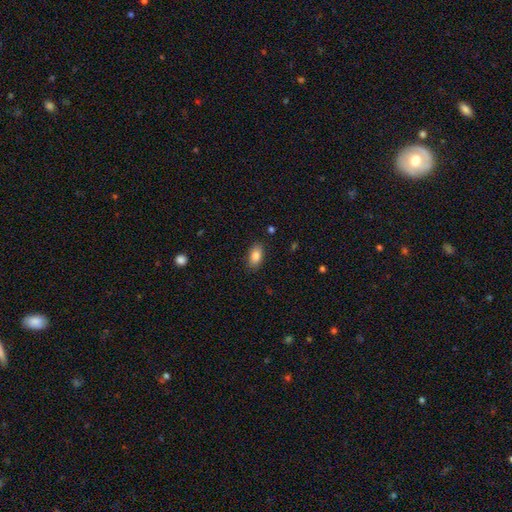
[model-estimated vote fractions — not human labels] smooth 85%, star or artifact 8%, featured or disk 7%. Down the decision tree: how rounded — in between (91%); merging — none (86%).